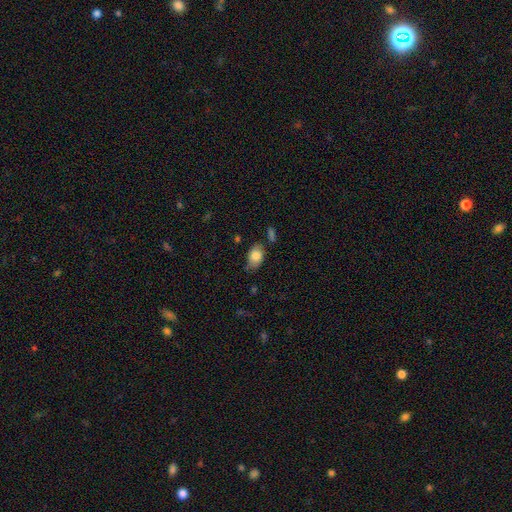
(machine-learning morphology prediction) smooth_or_featured: smooth (p=0.81) [alt: featured or disk p=0.12]
how_rounded: in between (p=0.87) [alt: round p=0.12]
merging: none (p=0.66) [alt: minor disturbance p=0.25]